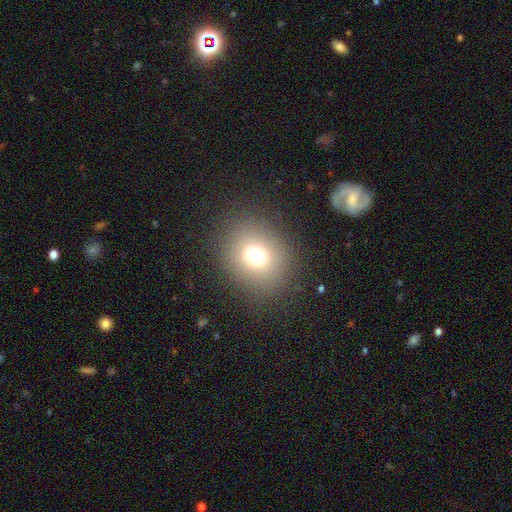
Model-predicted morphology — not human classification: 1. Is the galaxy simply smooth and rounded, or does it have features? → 69% smooth, 21% star or artifact, 10% featured or disk.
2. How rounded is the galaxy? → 78% round, 22% in between, 1% cigar-shaped.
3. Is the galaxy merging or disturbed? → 85% none, 8% minor disturbance, 5% major disturbance, 2% merger.